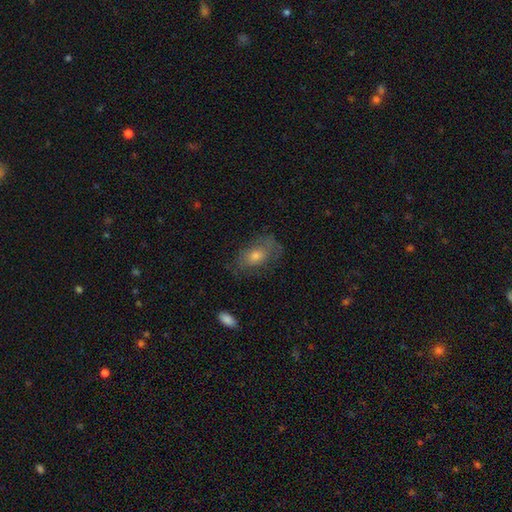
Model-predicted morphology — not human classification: A smooth galaxy with no disk features (50%).

Vote fractions:
- Smooth or featured? smooth: 50% / featured or disk: 39% / star or artifact: 11%
- Merging? none: 65% / minor disturbance: 22% / major disturbance: 12% / merger: 2%